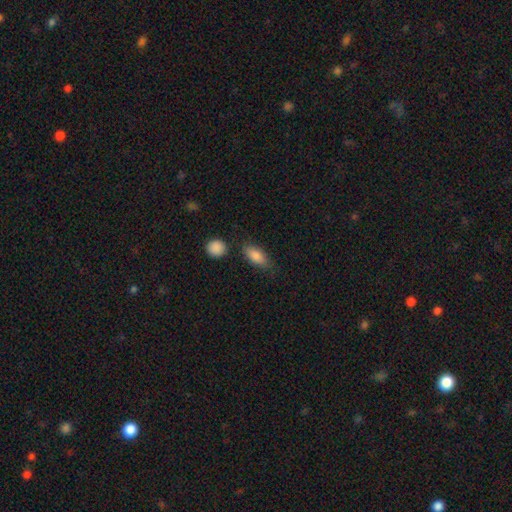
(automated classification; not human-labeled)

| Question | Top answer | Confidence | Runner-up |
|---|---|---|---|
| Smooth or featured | smooth | 84% | featured or disk (9%) |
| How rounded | in between | 81% | cigar-shaped (15%) |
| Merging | none | 73% | minor disturbance (17%) |